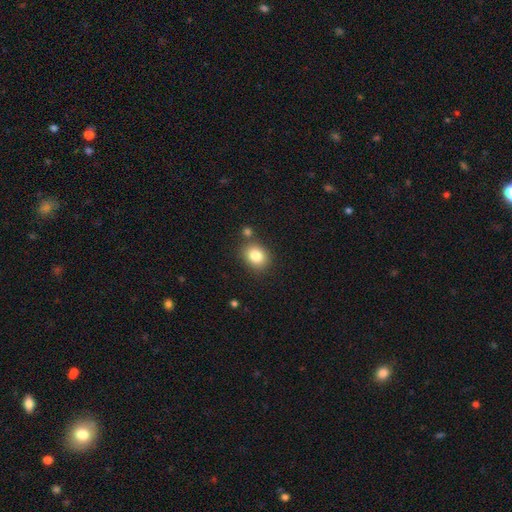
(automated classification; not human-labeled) Smooth or featured?
  - smooth: 82% *
  - star or artifact: 10%
  - featured or disk: 8%
How rounded?
  - round: 54% *
  - in between: 45%
  - cigar-shaped: 1%
Merging?
  - none: 76% *
  - minor disturbance: 12%
  - merger: 9%
  - major disturbance: 3%